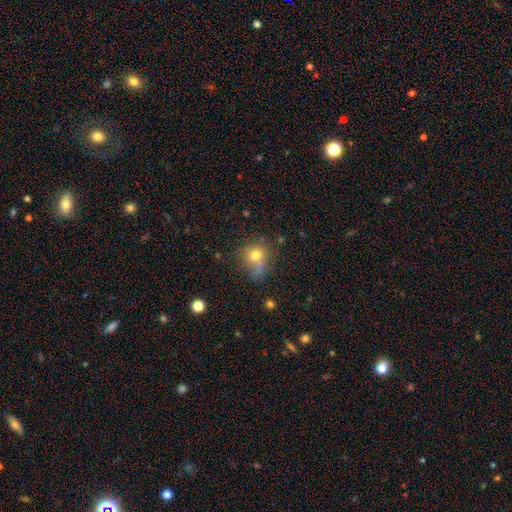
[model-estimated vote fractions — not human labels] smooth_or_featured: smooth (p=0.73) [alt: featured or disk p=0.14]
how_rounded: round (p=0.67) [alt: in between p=0.32]
merging: none (p=0.44) [alt: minor disturbance p=0.26]